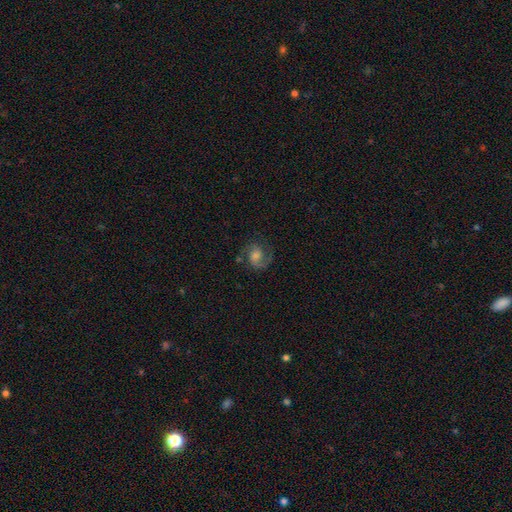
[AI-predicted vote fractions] This is likely a featured or disk galaxy (74%). It is clearly not viewed edge-on (98%). Bar: possibly no (59%). Spiral arm pattern: clearly yes (95%). Spiral arm count: likely 2 (71%). Spiral winding: possibly medium (51%). Central bulge: marginally moderate (41%). Merging: likely none (71%).